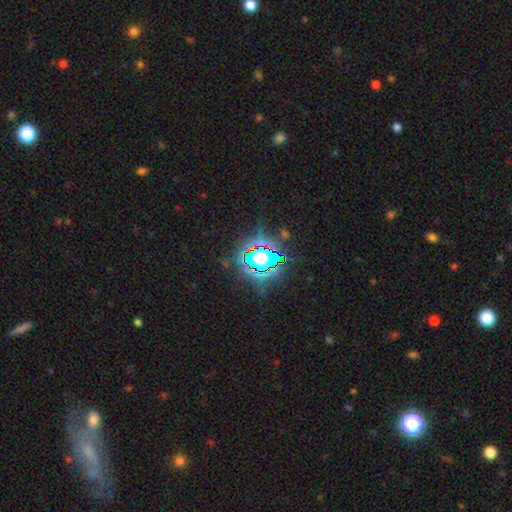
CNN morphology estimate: Smooth or featured?
  - star or artifact: 79% *
  - smooth: 12%
  - featured or disk: 9%